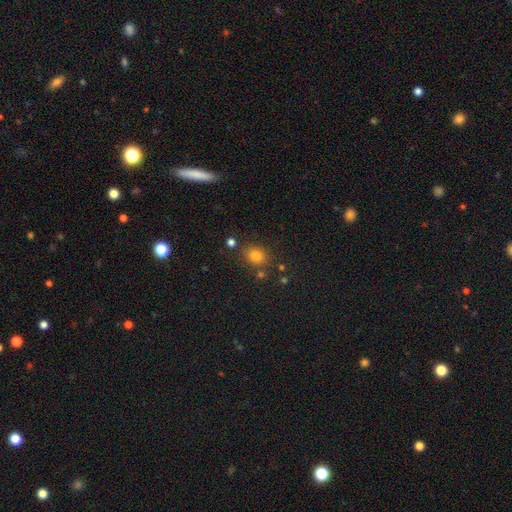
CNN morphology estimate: A smooth galaxy with no disk features (78%) that is round (56%).

Vote fractions:
- Smooth or featured? smooth: 78% / star or artifact: 15% / featured or disk: 6%
- How rounded? round: 56% / in between: 43% / cigar-shaped: 1%
- Merging? none: 78% / minor disturbance: 12% / merger: 6% / major disturbance: 4%